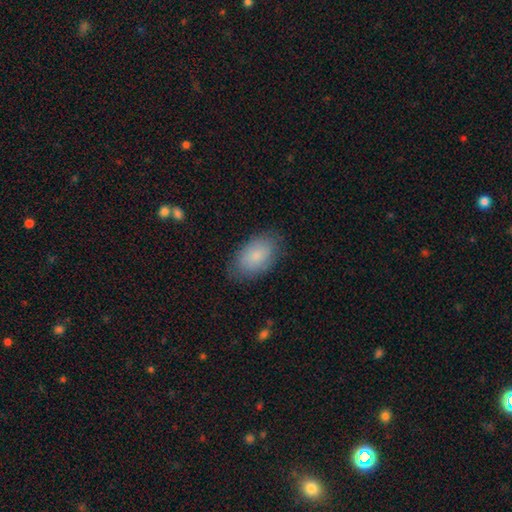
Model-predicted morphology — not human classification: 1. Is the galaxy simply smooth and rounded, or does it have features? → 85% smooth, 9% featured or disk, 6% star or artifact.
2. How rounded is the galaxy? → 93% in between, 5% round, 1% cigar-shaped.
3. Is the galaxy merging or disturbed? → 81% none, 14% minor disturbance, 4% major disturbance, 1% merger.